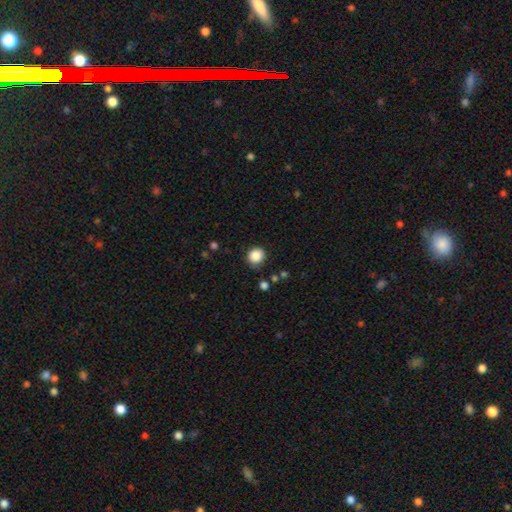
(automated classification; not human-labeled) Morphology: type=smooth (87%); roundness=round (90%); merging=none (83%).